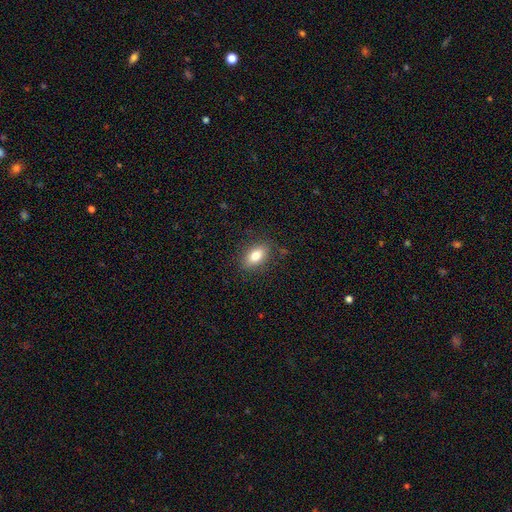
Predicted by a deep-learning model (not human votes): This is clearly a smooth galaxy (81%). How rounded: clearly in between (88%). Merging: clearly none (85%).